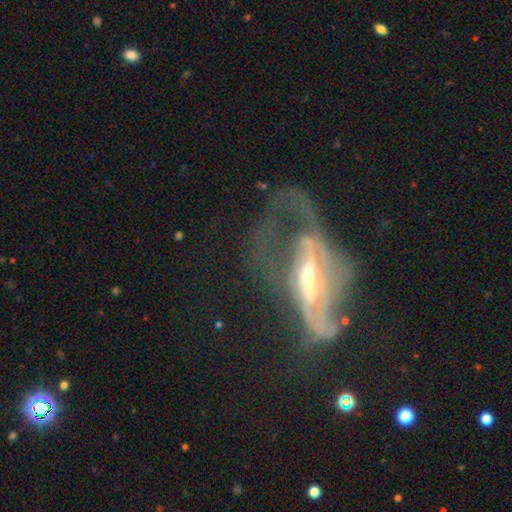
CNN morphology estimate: Overall: featured or disk (74%). Edge-on disk: no (83%). Bar: no (40%; weak 34%). Spiral arms: yes (60%; no 40%). Bulge size: moderate (57%; small 30%). Merging: major disturbance (58%; none 21%).